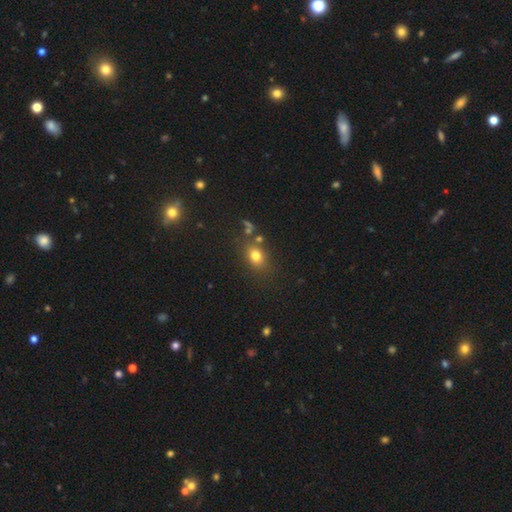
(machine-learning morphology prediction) Smooth or featured: smooth — 76% (star or artifact — 14%)
How rounded: in between — 55% (round — 43%)
Merging: none — 73% (minor disturbance — 14%)